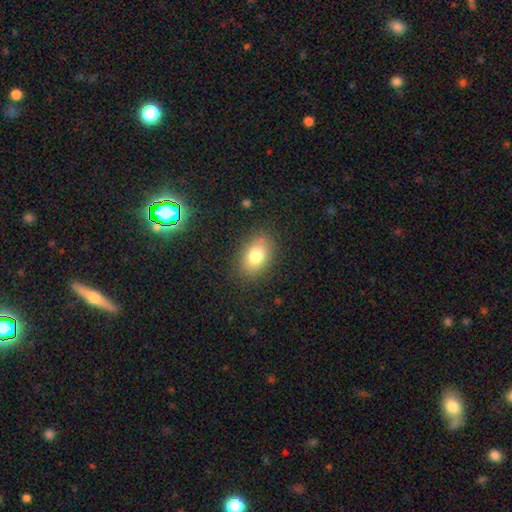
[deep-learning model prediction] Morphology: type=smooth (79%); roundness=in between (81%); merging=none (84%).